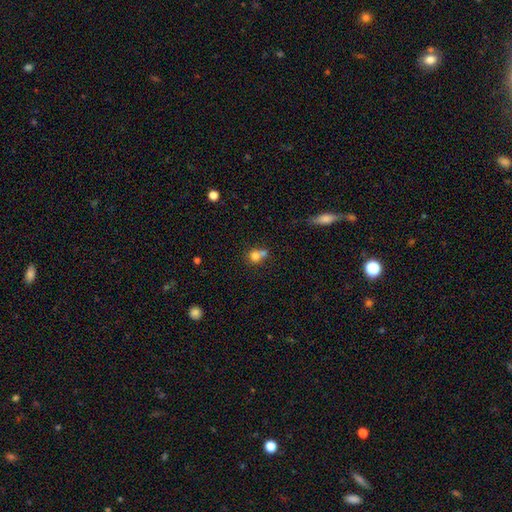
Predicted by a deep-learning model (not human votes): A smooth galaxy with no disk features (76%) that is round (79%).

Vote fractions:
- Smooth or featured? smooth: 76% / featured or disk: 12% / star or artifact: 12%
- How rounded? round: 79% / in between: 20% / cigar-shaped: 1%
- Merging? merger: 51% / none: 36% / minor disturbance: 9% / major disturbance: 4%